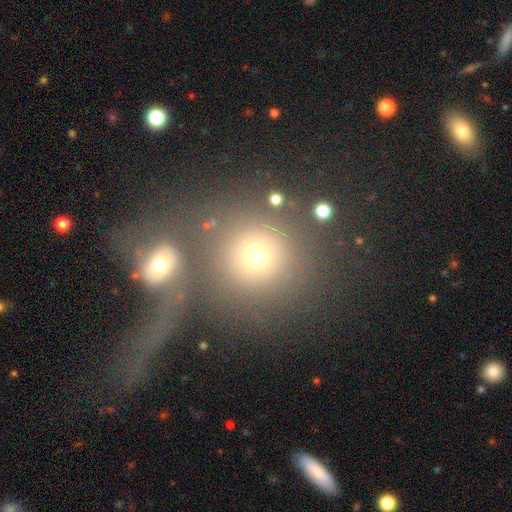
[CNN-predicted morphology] Smooth or featured?
  - smooth: 64% *
  - featured or disk: 21%
  - star or artifact: 14%
How rounded?
  - round: 89% *
  - in between: 10%
  - cigar-shaped: 1%
Merging?
  - merger: 40% *
  - none: 37%
  - major disturbance: 15%
  - minor disturbance: 8%